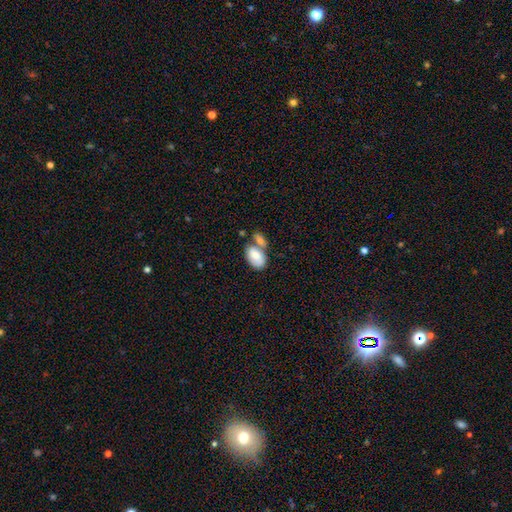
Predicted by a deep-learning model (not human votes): The model was most divided on "merging": merger: 48%, none: 30%, minor disturbance: 15%, major disturbance: 7%. More confident: how rounded — in between (92%); smooth or featured — smooth (72%).